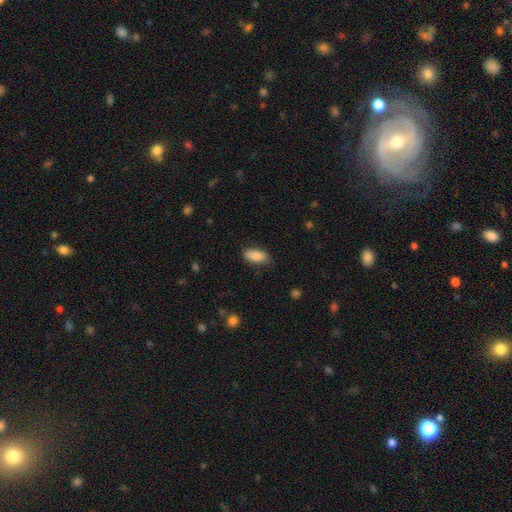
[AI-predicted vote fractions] Smooth or featured: smooth — 86% (featured or disk — 7%)
How rounded: in between — 88% (cigar-shaped — 10%)
Merging: none — 78% (minor disturbance — 17%)